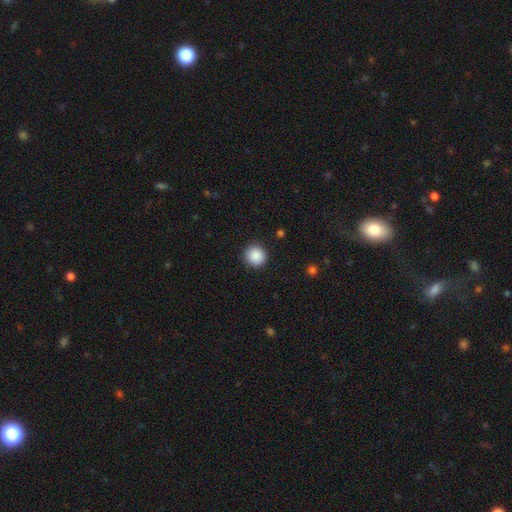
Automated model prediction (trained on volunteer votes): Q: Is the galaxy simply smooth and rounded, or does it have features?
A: smooth — 88%.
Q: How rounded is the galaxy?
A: round — 95%.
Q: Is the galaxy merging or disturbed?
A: none — 91%.